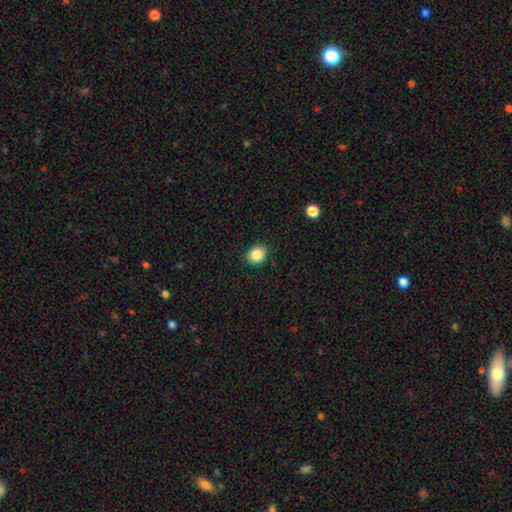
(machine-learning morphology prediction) This is clearly a smooth galaxy (86%). How rounded: likely round (63%). Merging: clearly none (88%).